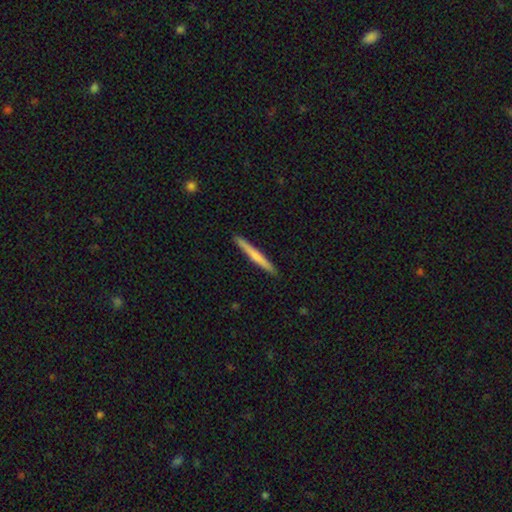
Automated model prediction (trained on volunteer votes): This appears to be a smooth galaxy with no disk features (63%) that is cigar-shaped (97%). Merging: none (91%).